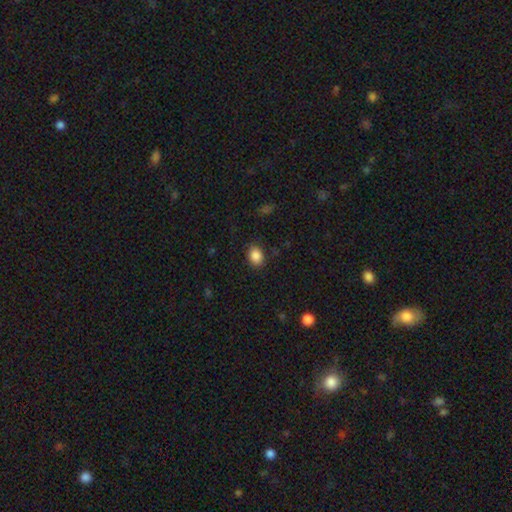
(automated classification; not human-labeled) smooth 87%, star or artifact 9%, featured or disk 4%. Down the decision tree: how rounded — in between (62%); merging — none (86%).